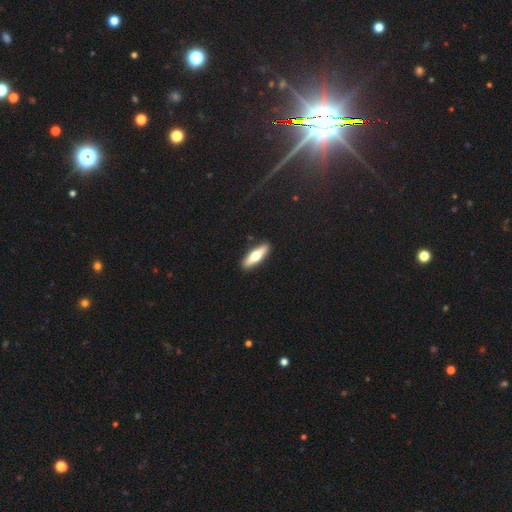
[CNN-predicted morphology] This is possibly a smooth galaxy (52%). How rounded: likely cigar-shaped (65%). Merging: clearly none (90%).